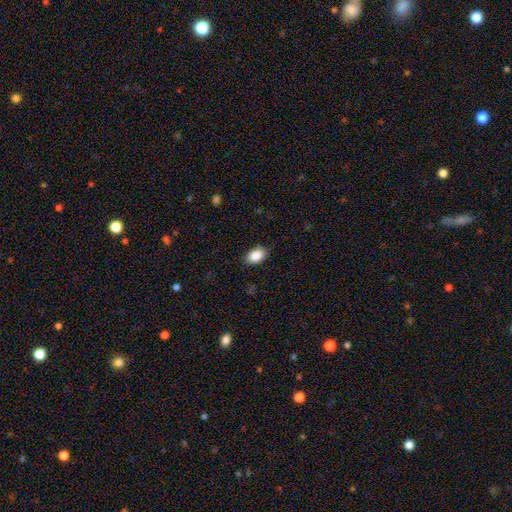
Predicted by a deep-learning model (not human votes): smooth-or-featured: smooth: 88% | star or artifact: 7% | featured or disk: 5%
  how-rounded: in between: 88% | round: 10% | cigar-shaped: 1%
  merging: none: 85% | minor disturbance: 11% | major disturbance: 3% | merger: 1%